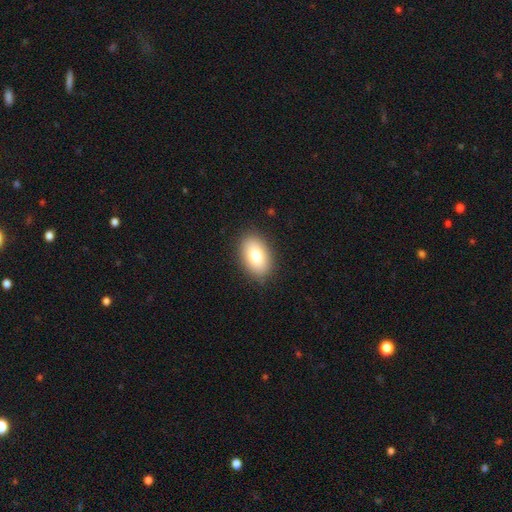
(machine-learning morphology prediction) smooth_or_featured: smooth (p=0.80) [alt: featured or disk p=0.12]
how_rounded: in between (p=0.90) [alt: round p=0.09]
merging: none (p=0.87) [alt: minor disturbance p=0.10]